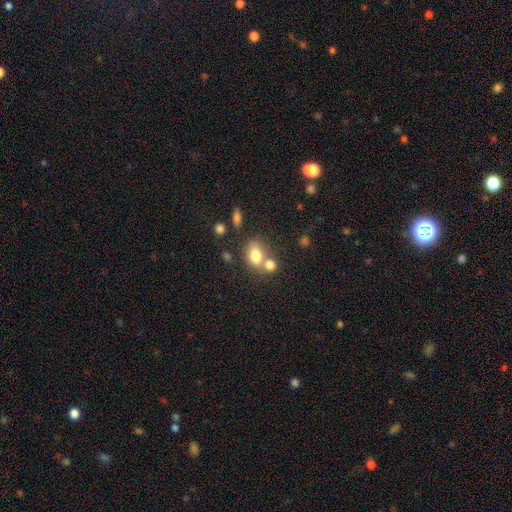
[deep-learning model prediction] A smooth galaxy with no disk features (77%) that is in between round and cigar-shaped (63%).

Vote fractions:
- Smooth or featured? smooth: 77% / featured or disk: 13% / star or artifact: 10%
- How rounded? in between: 63% / round: 35% / cigar-shaped: 1%
- Merging? merger: 43% / none: 40% / minor disturbance: 11% / major disturbance: 5%